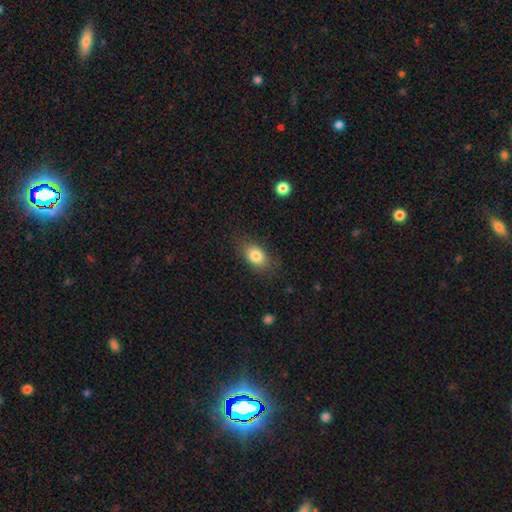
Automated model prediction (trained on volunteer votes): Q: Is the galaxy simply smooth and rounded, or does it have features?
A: smooth — 82%.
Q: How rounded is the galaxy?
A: in between — 81%.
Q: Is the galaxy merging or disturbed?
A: none — 79%.